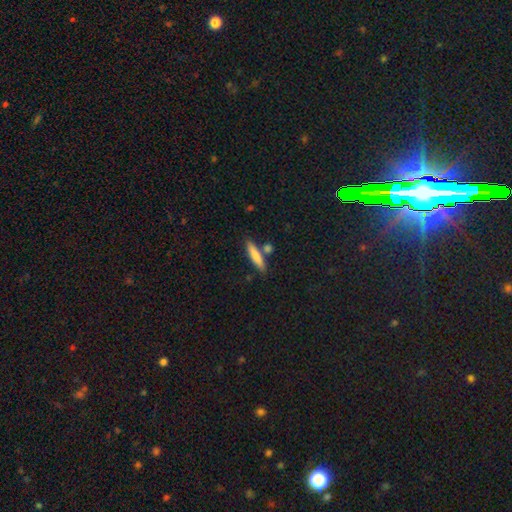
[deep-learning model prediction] A smooth galaxy with no disk features (78%) that is cigar-shaped (83%). Merging: none (77%).